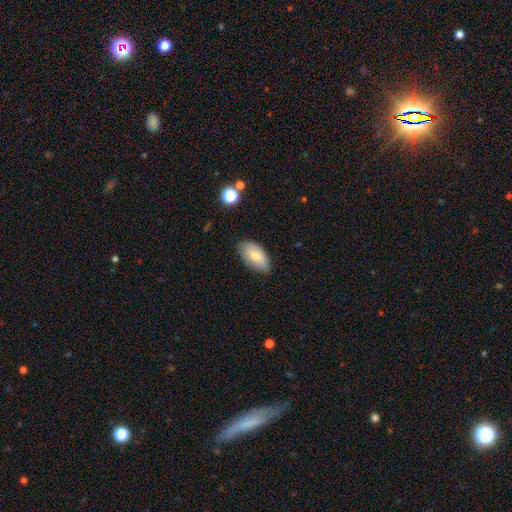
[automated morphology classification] Smooth or featured?
  - smooth: 76% *
  - featured or disk: 17%
  - star or artifact: 7%
How rounded?
  - in between: 94% *
  - round: 3%
  - cigar-shaped: 2%
Merging?
  - none: 79% *
  - minor disturbance: 16%
  - major disturbance: 3%
  - merger: 1%